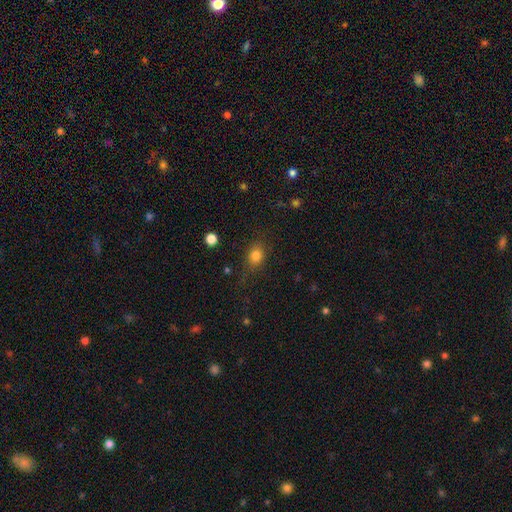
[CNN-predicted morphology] Q: Smooth or featured?
A: smooth (81%); runner-up: star or artifact (12%)
Q: How rounded?
A: round (53%); runner-up: in between (45%)
Q: Merging?
A: none (75%); runner-up: minor disturbance (16%)